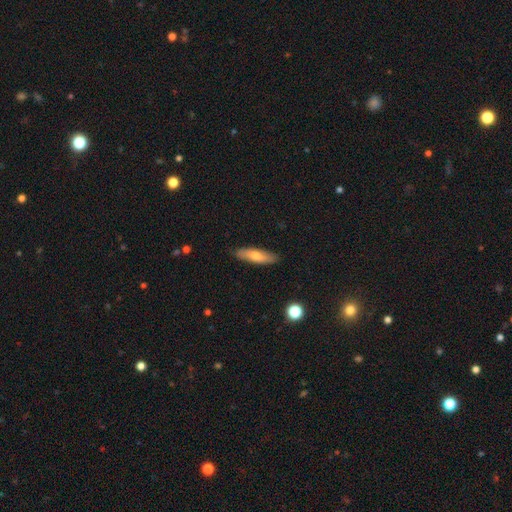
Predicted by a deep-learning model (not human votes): Q: Smooth or featured?
A: smooth (65%); runner-up: featured or disk (29%)
Q: How rounded?
A: cigar-shaped (67%); runner-up: in between (31%)
Q: Merging?
A: none (87%); runner-up: minor disturbance (10%)